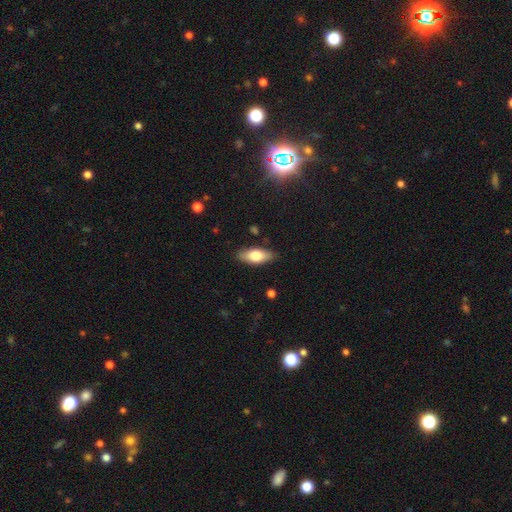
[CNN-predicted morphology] A smooth galaxy with no disk features (72%) that is in between round and cigar-shaped (81%).

Vote fractions:
- Smooth or featured? smooth: 72% / featured or disk: 22% / star or artifact: 6%
- How rounded? in between: 81% / cigar-shaped: 17% / round: 3%
- Merging? none: 86% / minor disturbance: 11% / major disturbance: 2% / merger: 1%